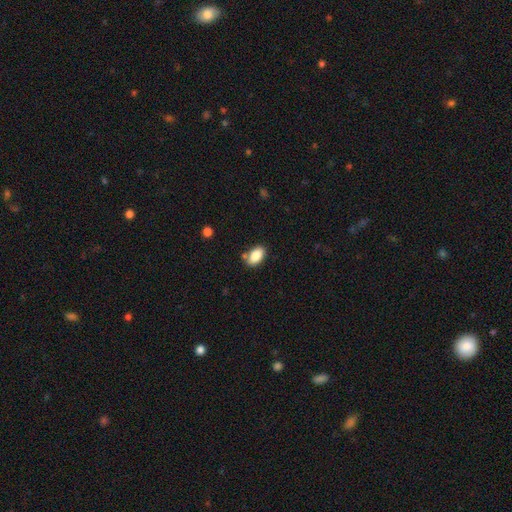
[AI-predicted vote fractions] Smooth or featured? smooth (86%)
How rounded? in between (92%)
Merging? none (77%)